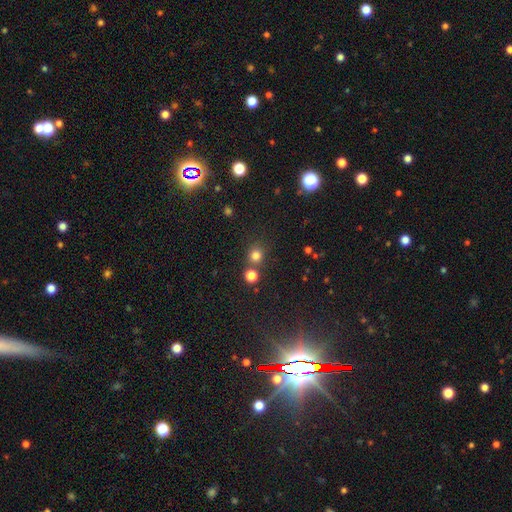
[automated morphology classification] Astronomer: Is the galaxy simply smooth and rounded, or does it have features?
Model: smooth — 77%.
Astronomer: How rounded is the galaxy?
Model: round — 89%.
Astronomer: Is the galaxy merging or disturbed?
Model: none — 72%.